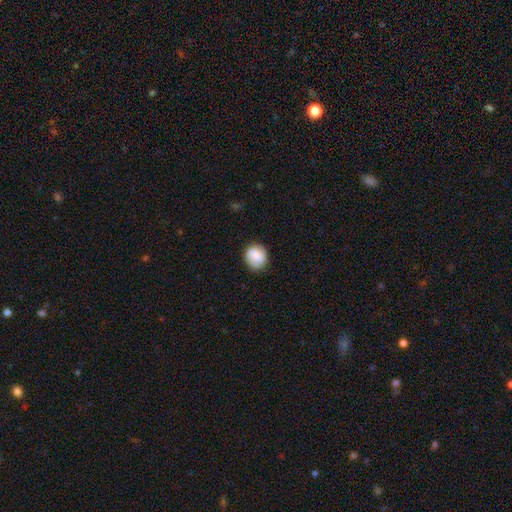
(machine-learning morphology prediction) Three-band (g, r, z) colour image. It shows a smooth galaxy with no disk features (81%) that is round (78%). Merging: none (82%).